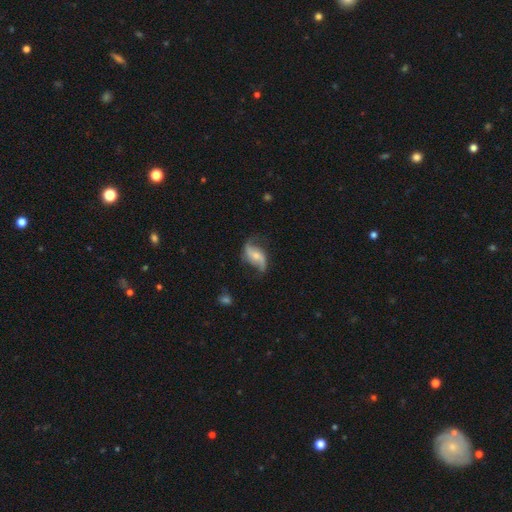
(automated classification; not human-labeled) A featured or disk galaxy (79%) with no bar (40%), 2 (91%) loose (83%) spiral arms (93%) and a small central bulge (49%).

Vote fractions:
- Smooth or featured? featured or disk: 79% / smooth: 15% / star or artifact: 6%
- Edge-on disk? no: 95% / yes: 5%
- Bar? no: 40% / weak: 37% / strong: 23%
- Spiral arms? yes: 93% / no: 7%
- Spiral winding? loose: 83% / medium: 13% / tight: 4%
- Spiral arm count? 2: 91% / can't tell: 3% / 1: 3% / 3: 1% / 4: 1% / more than 4: 1%
- Bulge size? small: 49% / moderate: 37% / none: 9% / large: 4% / dominant: 1%
- Merging? none: 66% / minor disturbance: 20% / major disturbance: 11% / merger: 2%